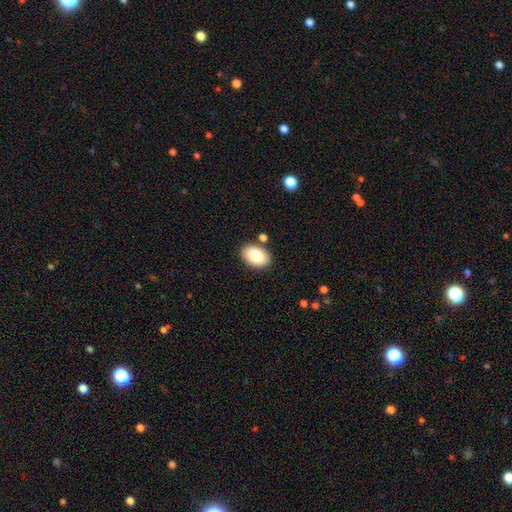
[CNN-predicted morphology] Smooth or featured?
  - smooth: 81% *
  - featured or disk: 12%
  - star or artifact: 7%
How rounded?
  - in between: 89% *
  - round: 10%
  - cigar-shaped: 1%
Merging?
  - none: 85% *
  - minor disturbance: 9%
  - merger: 4%
  - major disturbance: 2%